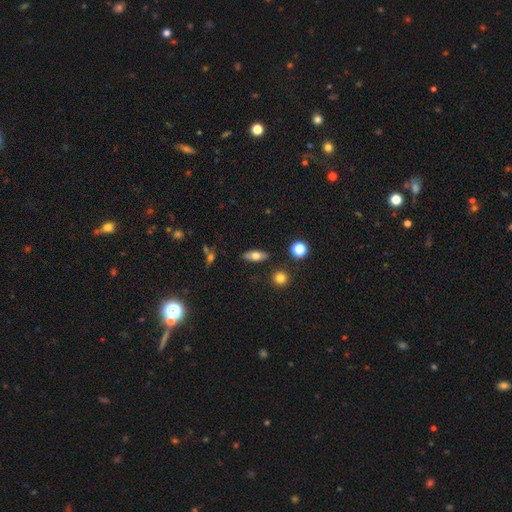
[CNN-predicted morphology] Smooth or featured?
  - smooth: 65% *
  - featured or disk: 26%
  - star or artifact: 9%
How rounded?
  - in between: 74% *
  - cigar-shaped: 20%
  - round: 6%
Merging?
  - none: 86% *
  - minor disturbance: 9%
  - merger: 3%
  - major disturbance: 2%